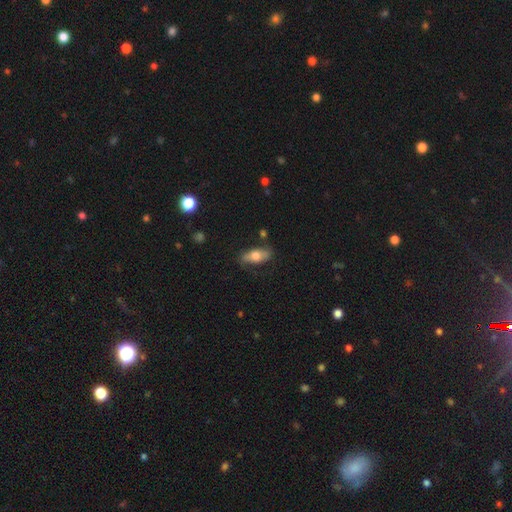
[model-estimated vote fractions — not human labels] The model was most divided on "smooth or featured": smooth: 61%, featured or disk: 33%, star or artifact: 7%. More confident: how rounded — in between (79%); merging — none (72%).